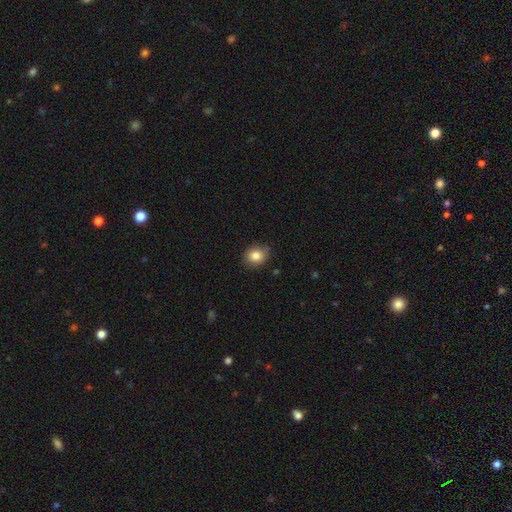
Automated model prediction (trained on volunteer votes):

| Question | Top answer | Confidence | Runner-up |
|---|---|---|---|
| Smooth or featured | smooth | 84% | star or artifact (10%) |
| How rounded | round | 70% | in between (29%) |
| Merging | none | 81% | minor disturbance (15%) |